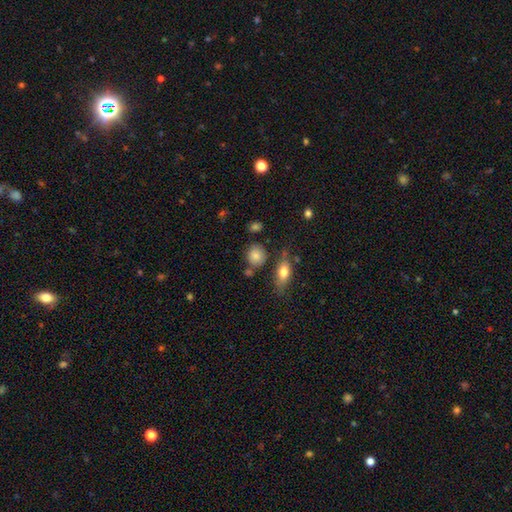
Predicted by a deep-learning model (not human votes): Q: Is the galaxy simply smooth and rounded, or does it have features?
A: smooth — 83%.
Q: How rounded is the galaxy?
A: round — 73%.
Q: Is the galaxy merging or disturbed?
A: none — 74%.